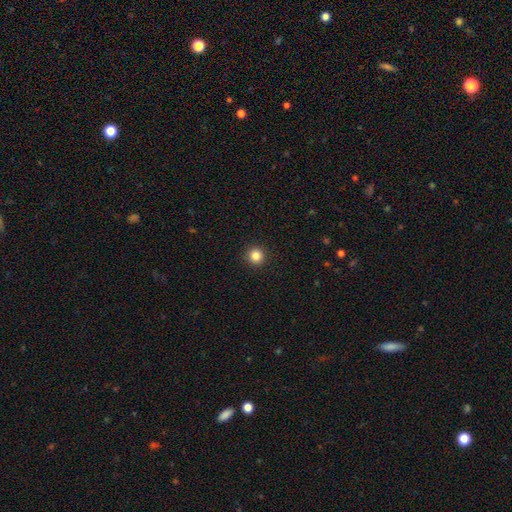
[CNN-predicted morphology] Smooth or featured?
  - smooth: 84% *
  - star or artifact: 12%
  - featured or disk: 4%
How rounded?
  - round: 95% *
  - in between: 4%
  - cigar-shaped: 1%
Merging?
  - none: 93% *
  - minor disturbance: 4%
  - major disturbance: 2%
  - merger: 1%